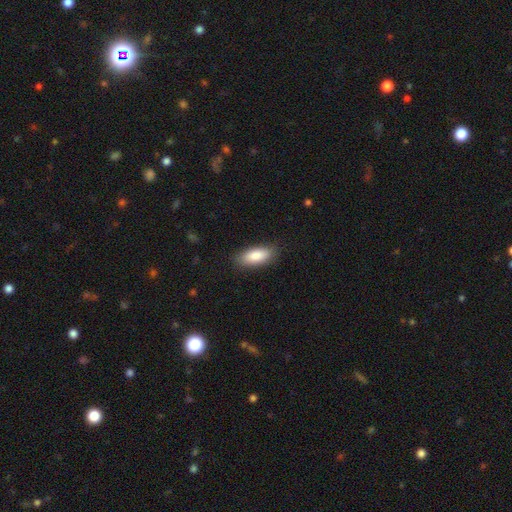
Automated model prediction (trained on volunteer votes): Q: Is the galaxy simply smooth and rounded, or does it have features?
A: smooth — 86%.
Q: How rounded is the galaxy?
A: in between — 83%.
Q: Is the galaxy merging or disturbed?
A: none — 86%.